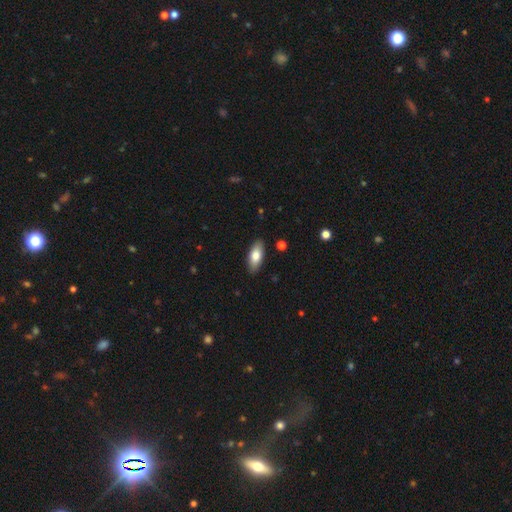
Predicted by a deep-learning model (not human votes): Smooth or featured? Predicted: smooth (p=0.78). How rounded? Predicted: in between (p=0.83). Merging? Predicted: none (p=0.88).